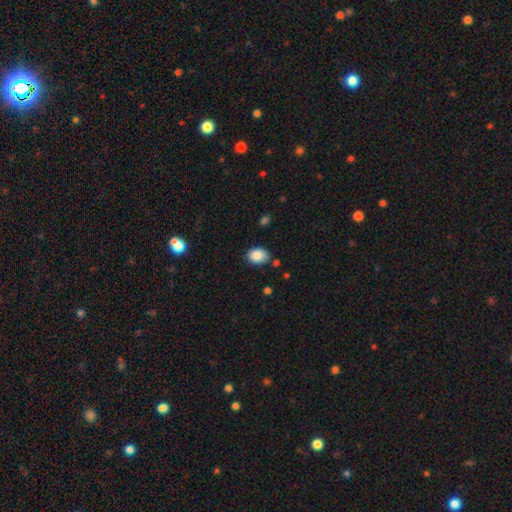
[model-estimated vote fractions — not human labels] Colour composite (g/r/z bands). It shows a smooth galaxy with no disk features (88%) that is in between round and cigar-shaped (72%). Merging: none (79%).